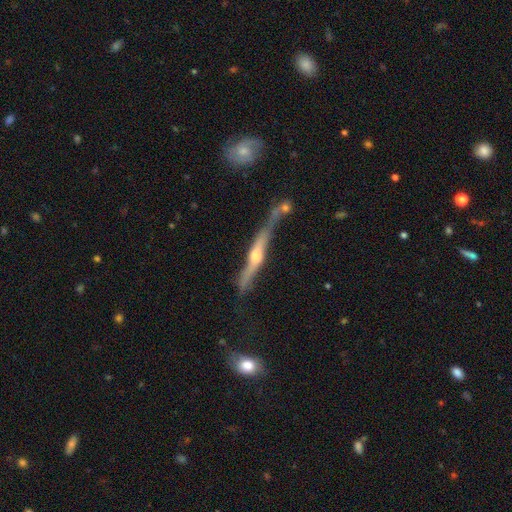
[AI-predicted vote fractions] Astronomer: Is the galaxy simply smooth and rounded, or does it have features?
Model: featured or disk — 71%.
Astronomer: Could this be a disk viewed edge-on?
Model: yes — 90%.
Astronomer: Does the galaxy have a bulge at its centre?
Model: rounded — 88%.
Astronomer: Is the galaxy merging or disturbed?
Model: none — 38% (runner-up: merger, 30%).